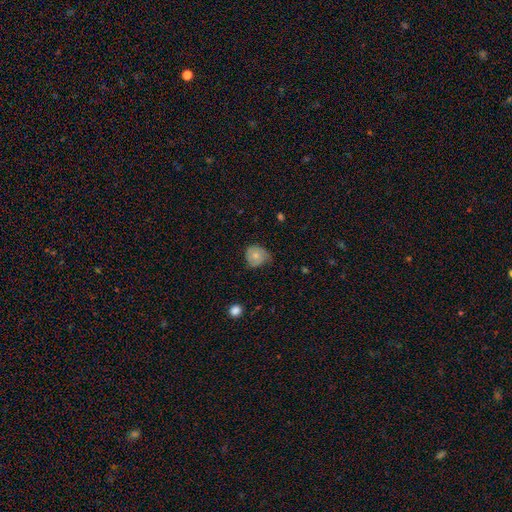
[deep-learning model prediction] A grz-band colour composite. It shows a smooth galaxy with no disk features (66%) that is round (78%). Merging: none (50%).